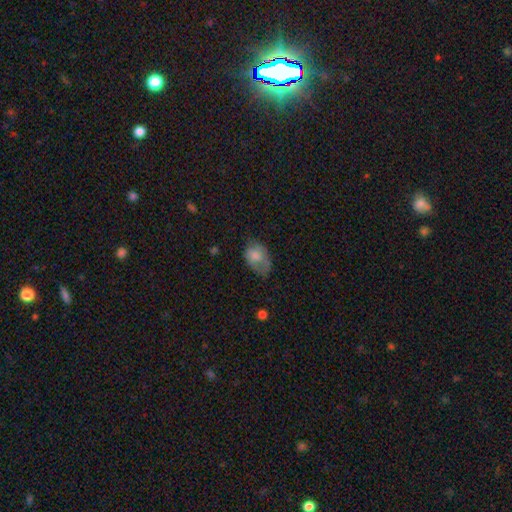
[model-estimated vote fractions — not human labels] Smooth or featured: smooth — 70% (featured or disk — 21%)
How rounded: in between — 84% (round — 14%)
Merging: none — 42% (minor disturbance — 35%)